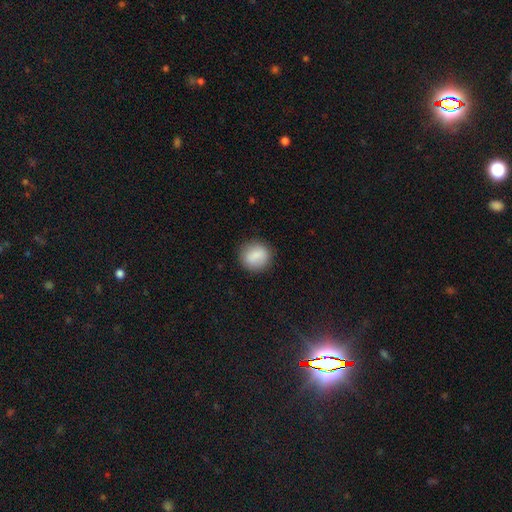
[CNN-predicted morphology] smooth_or_featured: smooth (p=0.84) [alt: featured or disk p=0.09]
how_rounded: round (p=0.83) [alt: in between p=0.16]
merging: none (p=0.86) [alt: minor disturbance p=0.10]